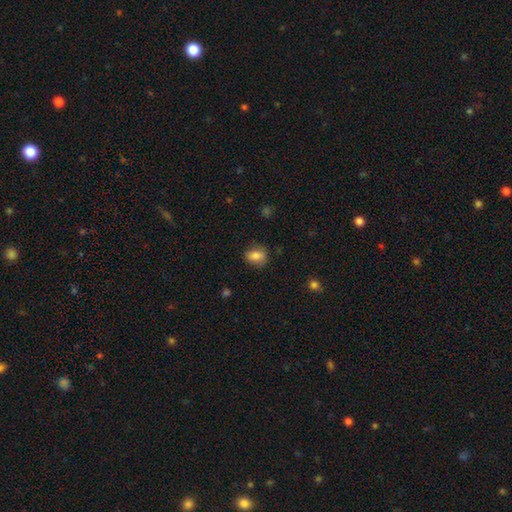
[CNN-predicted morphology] Q: Smooth or featured?
A: smooth (82%); runner-up: featured or disk (9%)
Q: How rounded?
A: in between (60%); runner-up: round (38%)
Q: Merging?
A: none (78%); runner-up: minor disturbance (17%)